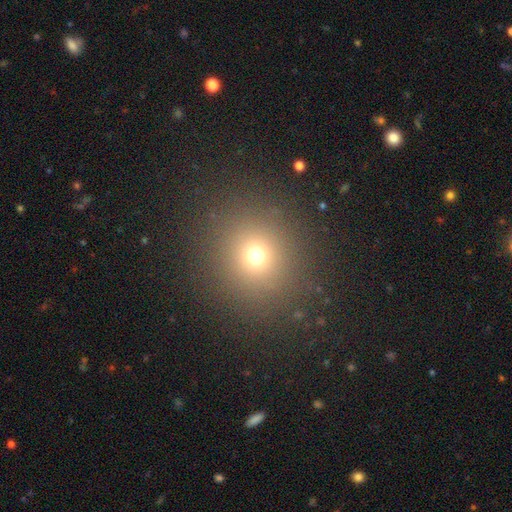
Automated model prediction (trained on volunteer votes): Smooth or featured?
  - smooth: 69% *
  - star or artifact: 22%
  - featured or disk: 9%
How rounded?
  - round: 88% *
  - in between: 11%
  - cigar-shaped: 1%
Merging?
  - none: 88% *
  - minor disturbance: 7%
  - major disturbance: 4%
  - merger: 1%